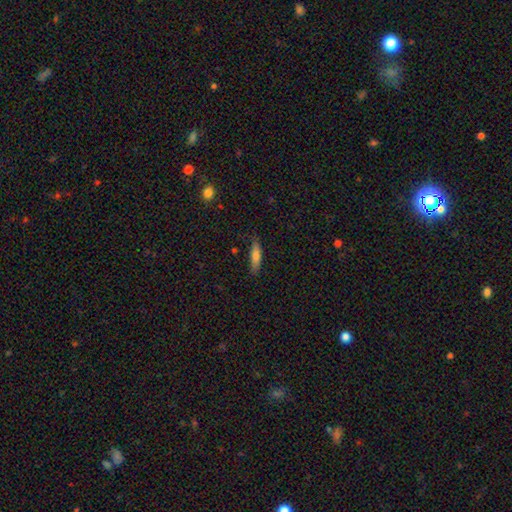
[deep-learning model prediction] Morphology: type=smooth (73%); roundness=cigar-shaped (69%); merging=none (81%).